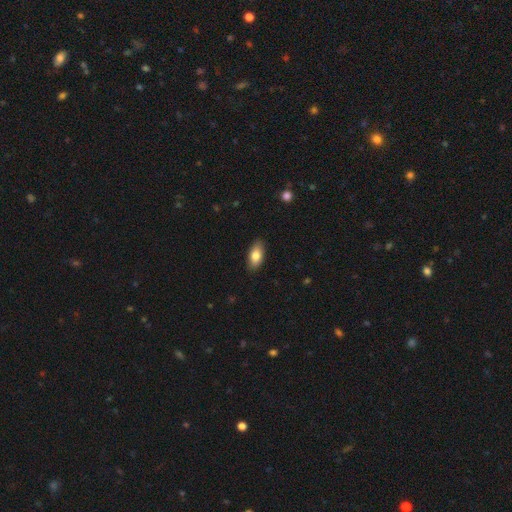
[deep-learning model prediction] smooth 81%, featured or disk 12%, star or artifact 7%. Down the decision tree: how rounded — in between (90%); merging — none (87%).